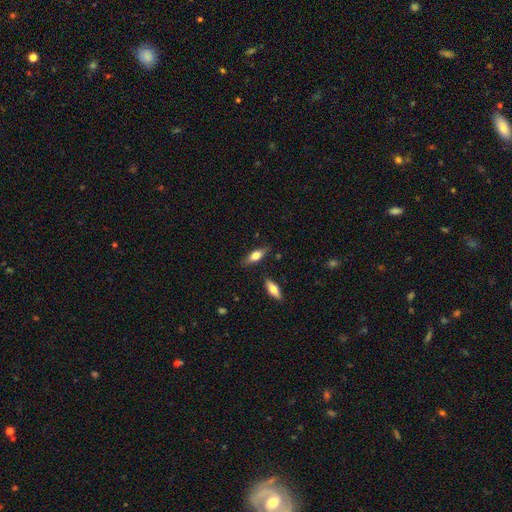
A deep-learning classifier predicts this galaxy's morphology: A smooth galaxy with no disk features (65%) that is in between round and cigar-shaped (68%).

Vote fractions:
- Smooth or featured? smooth: 65% / featured or disk: 28% / star or artifact: 7%
- How rounded? in between: 68% / cigar-shaped: 29% / round: 3%
- Merging? none: 77% / minor disturbance: 16% / major disturbance: 4% / merger: 3%